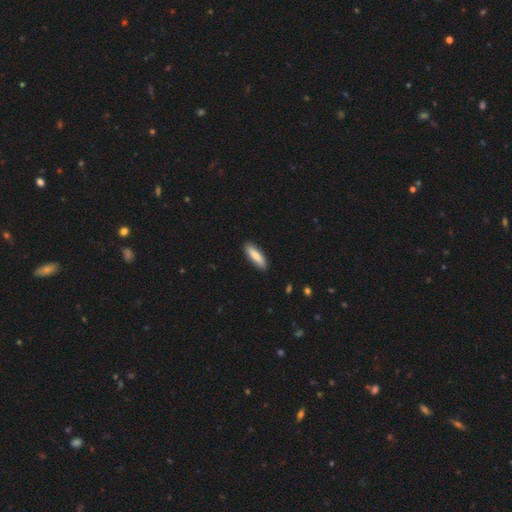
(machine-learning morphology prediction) smooth 80%, featured or disk 15%, star or artifact 6%. Down the decision tree: how rounded — cigar-shaped (59%); merging — none (88%).